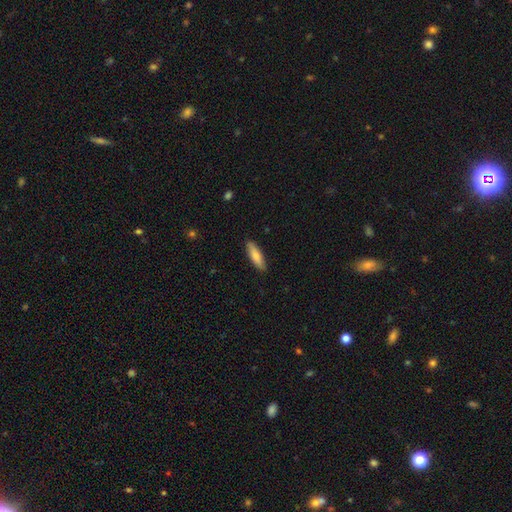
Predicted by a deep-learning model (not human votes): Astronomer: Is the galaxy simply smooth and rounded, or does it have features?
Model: smooth — 80%.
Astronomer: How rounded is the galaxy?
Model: cigar-shaped — 59% (runner-up: in between, 39%).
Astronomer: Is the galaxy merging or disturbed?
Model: none — 88%.